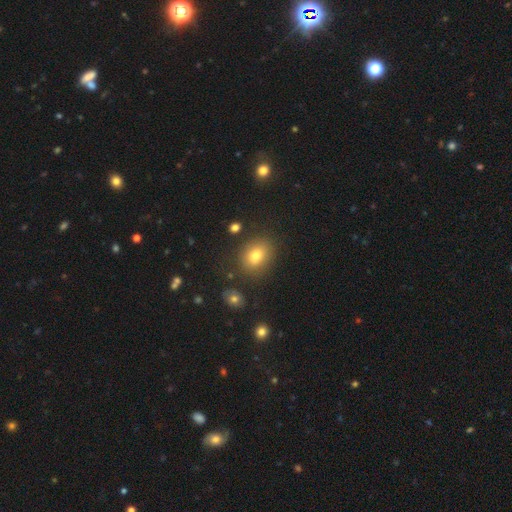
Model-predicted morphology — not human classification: smooth_or_featured: smooth (p=0.76) [alt: star or artifact p=0.14]
how_rounded: in between (p=0.55) [alt: round p=0.43]
merging: none (p=0.81) [alt: minor disturbance p=0.12]